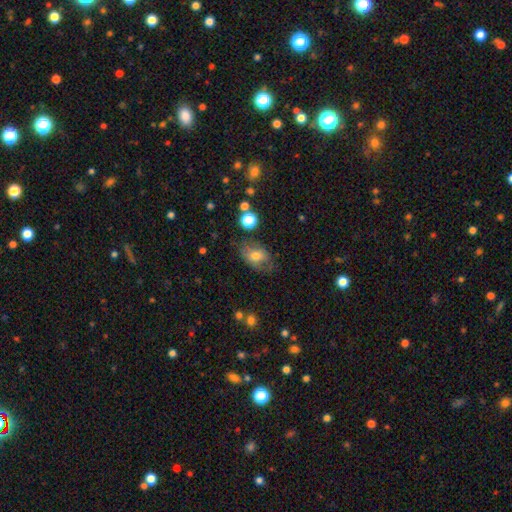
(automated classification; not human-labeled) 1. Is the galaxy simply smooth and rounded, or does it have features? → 65% smooth, 26% featured or disk, 10% star or artifact.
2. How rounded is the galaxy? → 81% in between, 17% round, 2% cigar-shaped.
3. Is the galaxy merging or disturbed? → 59% none, 26% minor disturbance, 12% major disturbance, 3% merger.